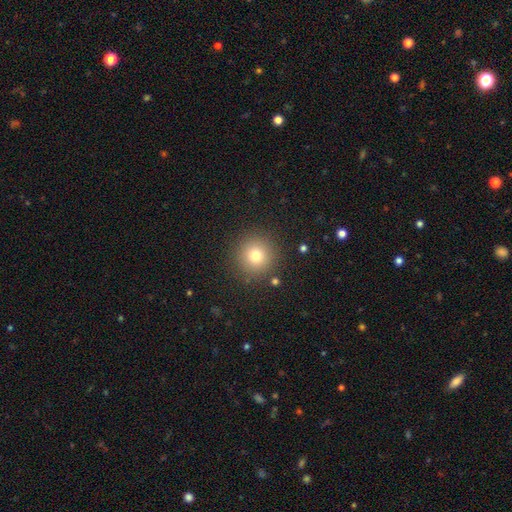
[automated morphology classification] Q: Smooth or featured?
A: smooth (77%); runner-up: star or artifact (14%)
Q: How rounded?
A: round (95%); runner-up: in between (4%)
Q: Merging?
A: none (89%); runner-up: minor disturbance (6%)